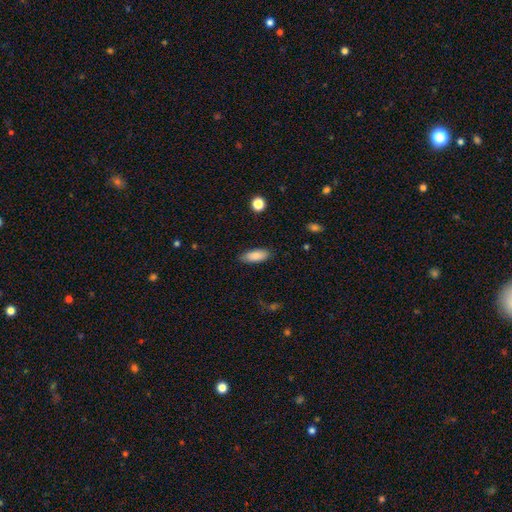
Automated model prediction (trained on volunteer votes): This is clearly a smooth galaxy (87%). How rounded: likely in between (77%). Merging: clearly none (85%).